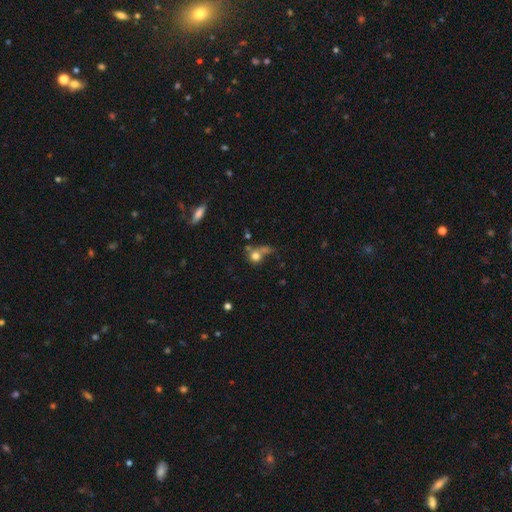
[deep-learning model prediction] The model was most divided on "merging": none: 40%, merger: 31%, major disturbance: 15%, minor disturbance: 14%. More confident: how rounded — round (82%); smooth or featured — smooth (72%).